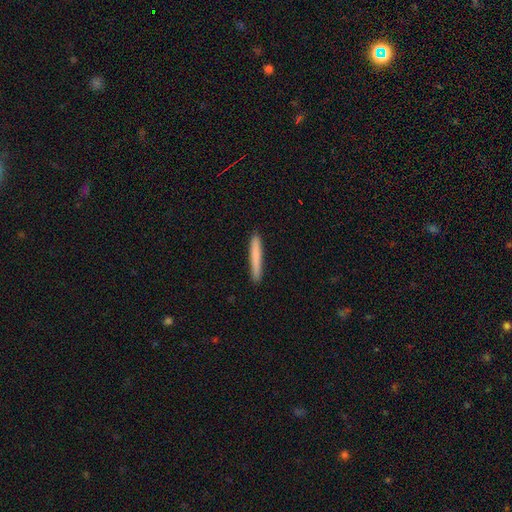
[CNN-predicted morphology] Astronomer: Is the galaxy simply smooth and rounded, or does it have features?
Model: smooth — 77%.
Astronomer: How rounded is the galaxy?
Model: cigar-shaped — 96%.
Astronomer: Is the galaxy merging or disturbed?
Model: none — 91%.